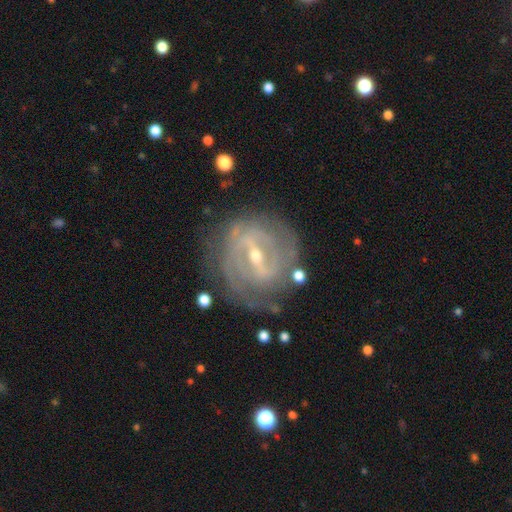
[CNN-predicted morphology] This is clearly a featured or disk galaxy (88%). It is clearly not viewed edge-on (94%). Bar: possibly strong (59%). Spiral arm pattern: clearly yes (88%). Spiral arm count: marginally can't tell (35%). Spiral winding: likely tight (66%). Central bulge: possibly small (57%). Merging: likely none (73%).